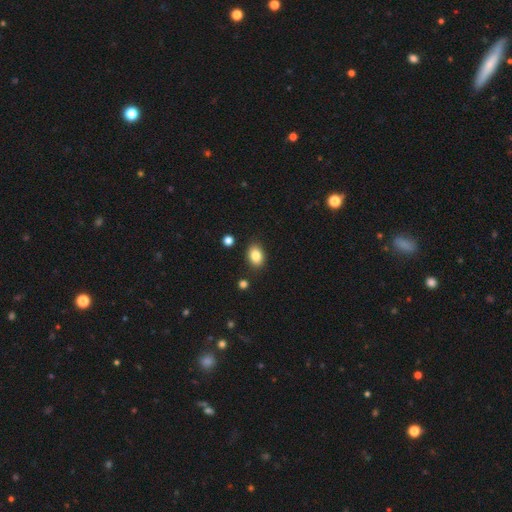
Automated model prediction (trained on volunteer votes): Smooth or featured? Predicted: smooth (p=0.85). How rounded? Predicted: in between (p=0.78). Merging? Predicted: none (p=0.85).